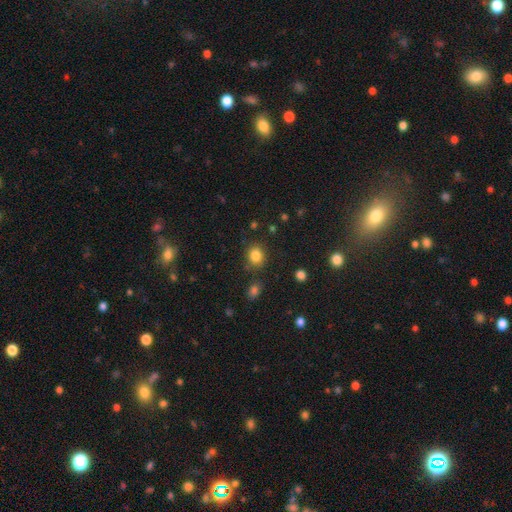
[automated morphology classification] type=smooth (83%); roundness=round (68%); merging=none (81%).